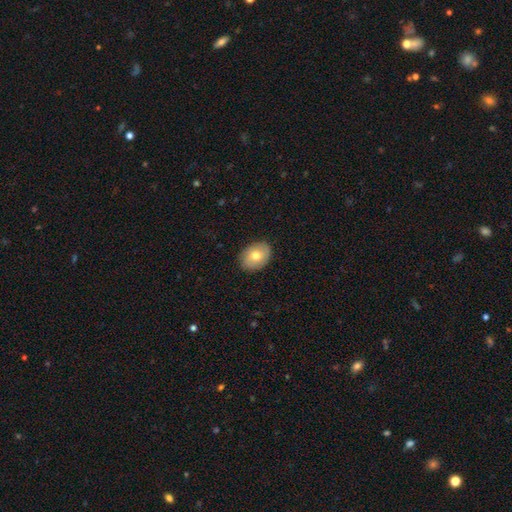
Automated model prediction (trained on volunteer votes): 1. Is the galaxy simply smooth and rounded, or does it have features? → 74% smooth, 19% featured or disk, 7% star or artifact.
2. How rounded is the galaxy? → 75% in between, 24% round, 1% cigar-shaped.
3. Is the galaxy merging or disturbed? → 87% none, 10% minor disturbance, 2% major disturbance, 1% merger.